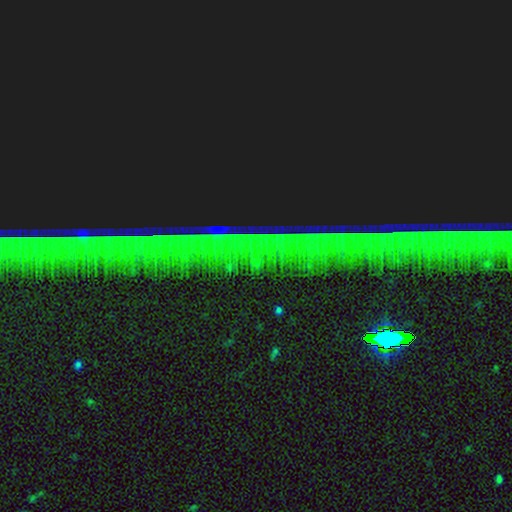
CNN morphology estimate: Smooth or featured? Predicted: star or artifact (p=0.86).